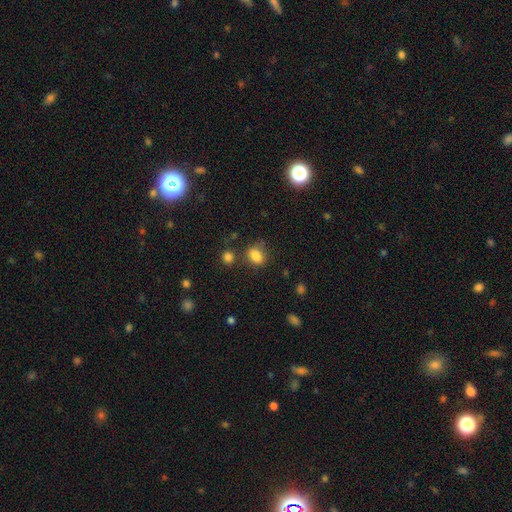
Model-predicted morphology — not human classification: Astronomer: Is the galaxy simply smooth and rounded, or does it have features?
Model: smooth — 83%.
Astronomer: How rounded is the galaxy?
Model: in between — 68%.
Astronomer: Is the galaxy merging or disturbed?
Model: none — 69%.